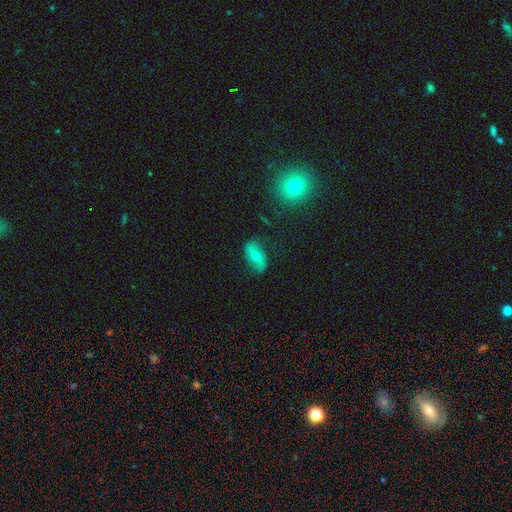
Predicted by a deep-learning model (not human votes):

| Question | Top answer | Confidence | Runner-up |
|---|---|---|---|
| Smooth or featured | featured or disk | 45% | smooth (43%) |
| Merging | none | 75% | minor disturbance (17%) |